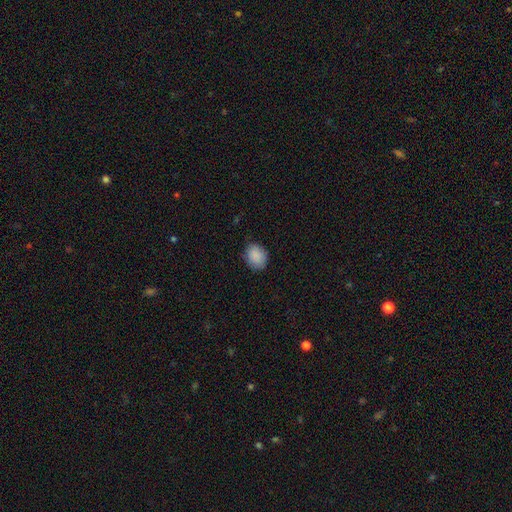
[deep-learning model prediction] Smooth or featured? smooth (89%)
How rounded? in between (56%)
Merging? none (79%)